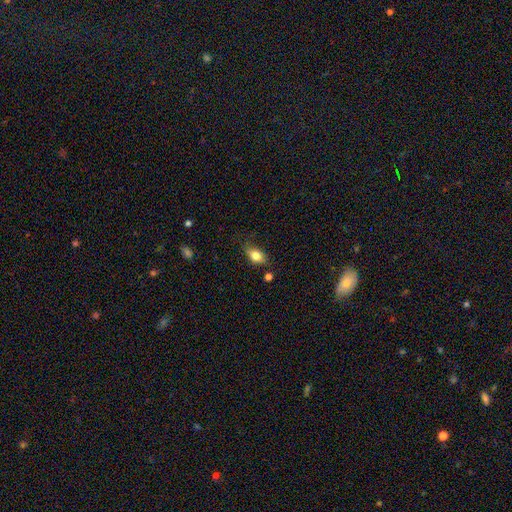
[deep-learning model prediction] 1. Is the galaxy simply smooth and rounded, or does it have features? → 81% smooth, 10% featured or disk, 8% star or artifact.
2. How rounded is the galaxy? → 82% in between, 15% round, 3% cigar-shaped.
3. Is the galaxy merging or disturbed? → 69% none, 23% minor disturbance, 5% major disturbance, 3% merger.